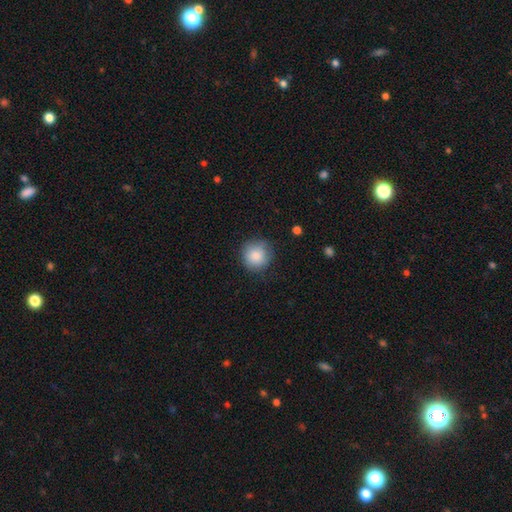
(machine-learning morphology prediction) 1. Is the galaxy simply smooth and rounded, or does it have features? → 86% smooth, 8% star or artifact, 6% featured or disk.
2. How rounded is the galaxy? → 92% round, 7% in between, 1% cigar-shaped.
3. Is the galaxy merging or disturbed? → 79% none, 16% minor disturbance, 4% major disturbance, 1% merger.